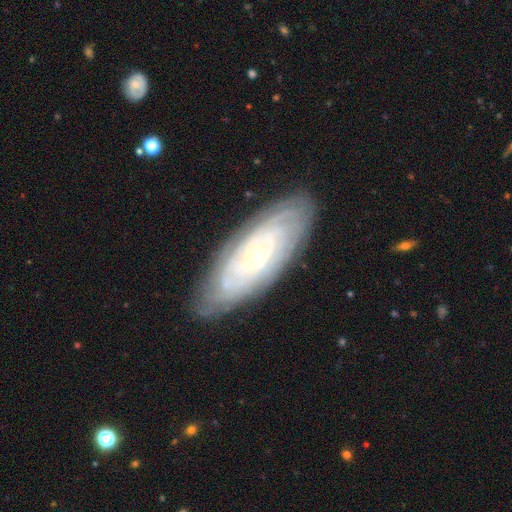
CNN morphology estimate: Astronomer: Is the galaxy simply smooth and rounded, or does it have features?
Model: featured or disk — 82%.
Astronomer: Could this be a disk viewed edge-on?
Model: no — 87%.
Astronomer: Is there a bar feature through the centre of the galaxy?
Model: no — 75%.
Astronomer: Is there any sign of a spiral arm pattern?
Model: yes — 91%.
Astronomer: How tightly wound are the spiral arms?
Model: tight — 84%.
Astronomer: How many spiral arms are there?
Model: can't tell — 55%.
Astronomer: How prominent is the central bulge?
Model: small — 56% (runner-up: moderate, 40%).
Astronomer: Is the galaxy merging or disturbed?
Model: none — 82%.